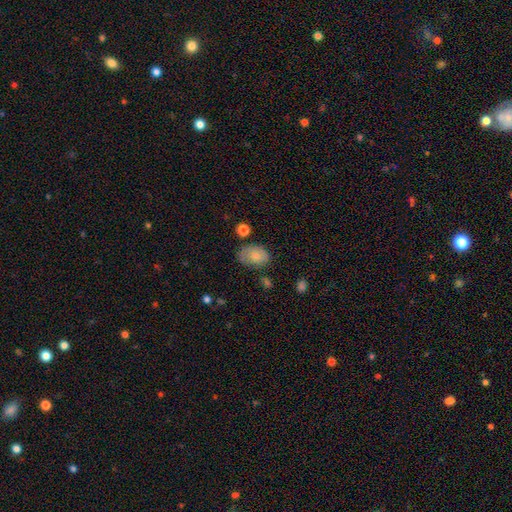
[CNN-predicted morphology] type=smooth (74%); roundness=in between (83%); merging=none (59%).